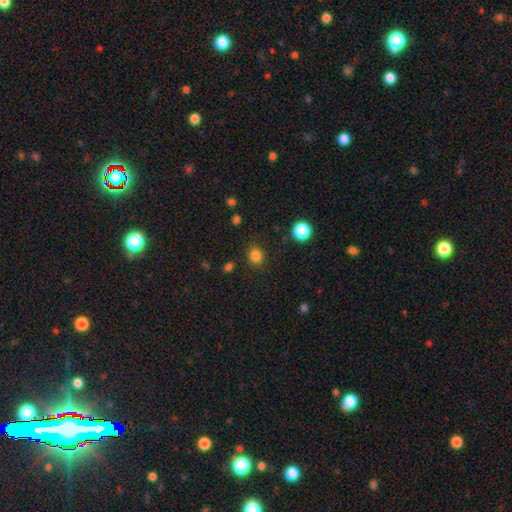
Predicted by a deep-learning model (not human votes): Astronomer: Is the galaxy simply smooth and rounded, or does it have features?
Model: smooth — 83%.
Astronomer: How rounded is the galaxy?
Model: round — 77%.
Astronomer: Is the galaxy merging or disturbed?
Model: none — 85%.